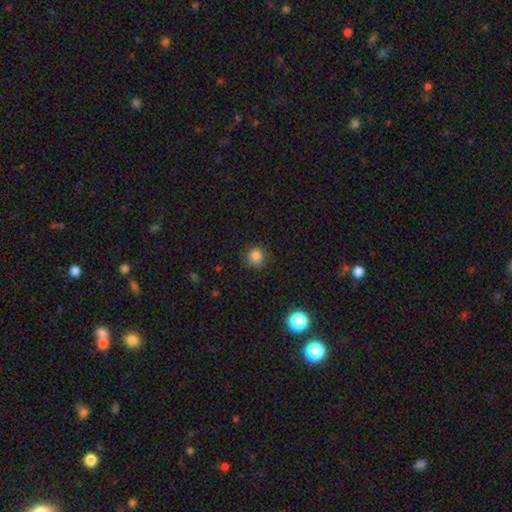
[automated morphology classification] Overall: smooth (84%). How rounded: round (90%). Merging: none (87%).